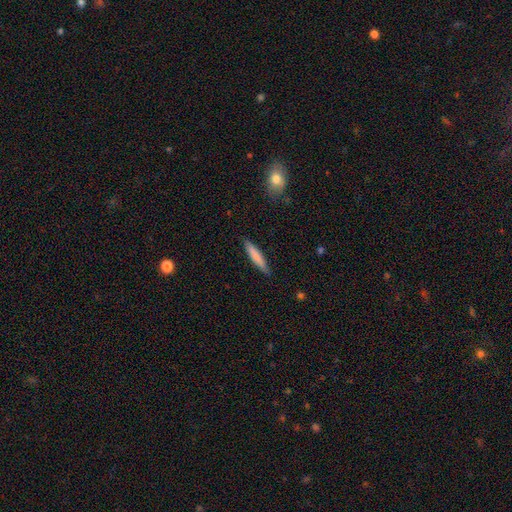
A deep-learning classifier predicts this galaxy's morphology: This is likely a smooth galaxy (77%). How rounded: clearly cigar-shaped (91%). Merging: clearly none (88%).